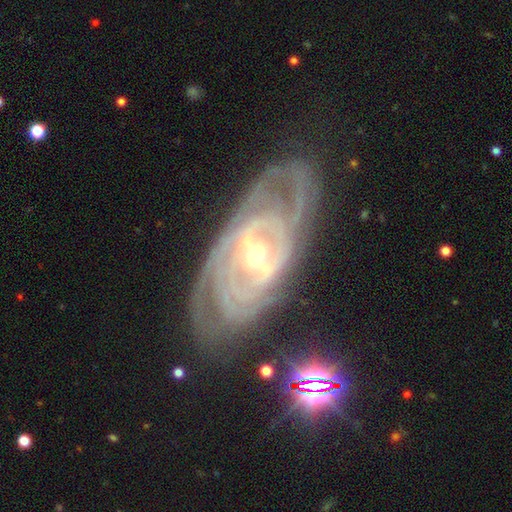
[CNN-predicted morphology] smooth_or_featured: featured or disk (p=0.88) [alt: smooth p=0.06]
disk_edge_on: no (p=0.93) [alt: yes p=0.07]
bar: weak (p=0.42) [alt: strong p=0.30]
has_spiral_arms: yes (p=0.94) [alt: no p=0.06]
spiral_winding: tight (p=0.74) [alt: medium p=0.21]
spiral_arm_count: can't tell (p=0.38) [alt: 2 p=0.22]
bulge_size: moderate (p=0.56) [alt: small p=0.39]
merging: none (p=0.73) [alt: minor disturbance p=0.17]